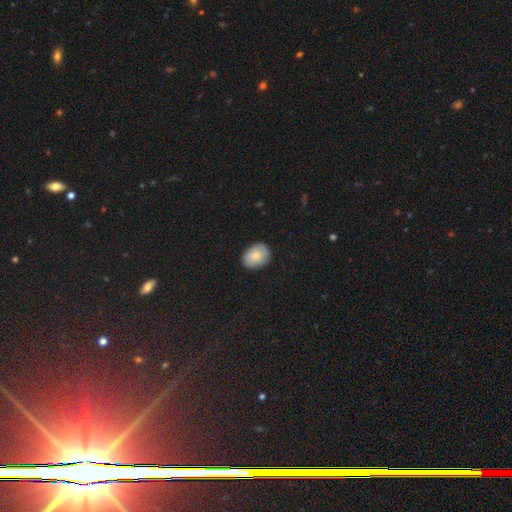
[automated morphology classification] smooth-or-featured: smooth: 77% | featured or disk: 16% | star or artifact: 7%
  how-rounded: in between: 57% | round: 42% | cigar-shaped: 1%
  merging: none: 84% | minor disturbance: 13% | major disturbance: 3% | merger: 1%